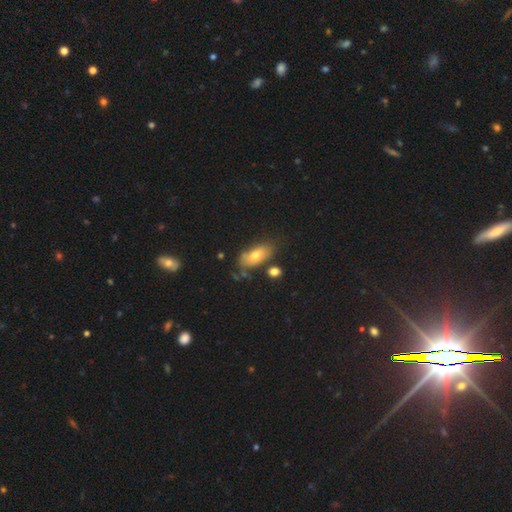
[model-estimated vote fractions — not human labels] The model was most divided on "merging": none: 65%, minor disturbance: 20%, merger: 8%, major disturbance: 7%. More confident: how rounded — in between (87%); smooth or featured — smooth (70%).